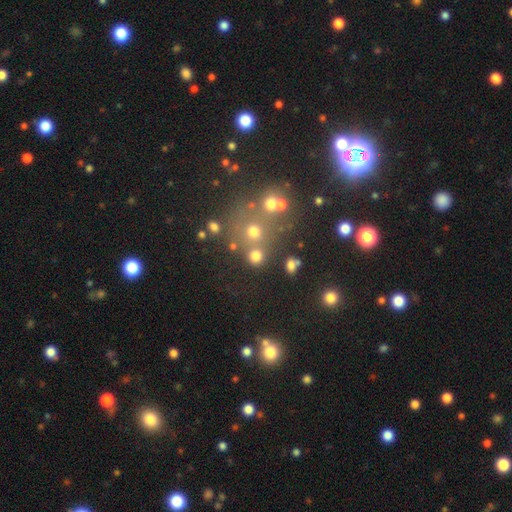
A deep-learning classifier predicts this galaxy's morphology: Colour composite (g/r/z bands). It shows a smooth galaxy with no disk features (71%) that is round (86%). Merging: none (68%).